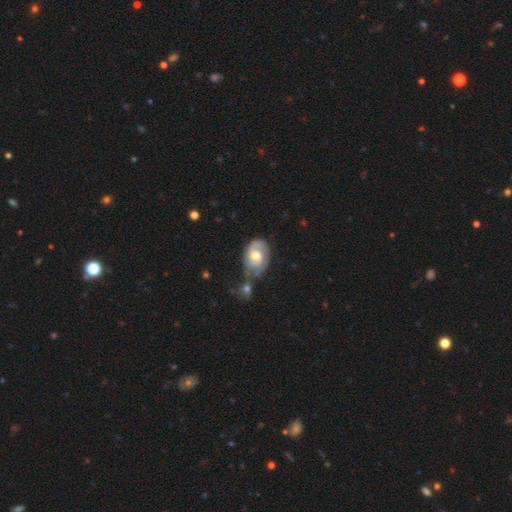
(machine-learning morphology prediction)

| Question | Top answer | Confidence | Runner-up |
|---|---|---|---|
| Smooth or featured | featured or disk | 57% | smooth (37%) |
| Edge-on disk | no | 96% | yes (4%) |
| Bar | no | 61% | weak (34%) |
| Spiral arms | yes | 80% | no (20%) |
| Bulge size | moderate | 71% | large (14%) |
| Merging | none | 39% | minor disturbance (26%) |